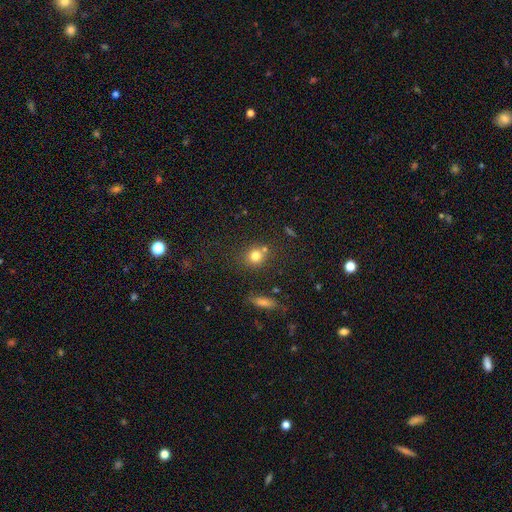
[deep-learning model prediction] This is likely a smooth galaxy (76%). How rounded: likely round (79%). Merging: likely none (65%).